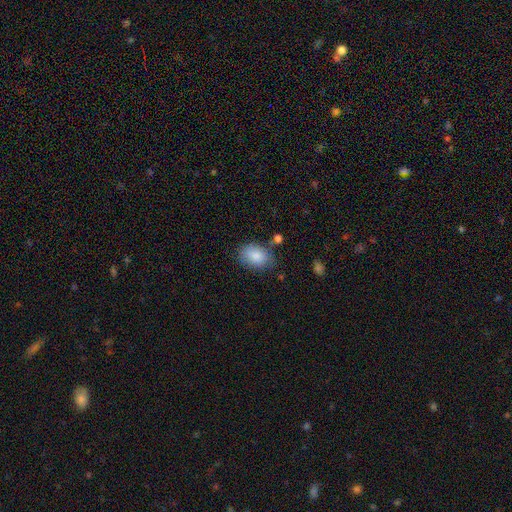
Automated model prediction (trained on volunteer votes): smooth_or_featured: smooth (p=0.85) [alt: featured or disk p=0.07]
how_rounded: in between (p=0.79) [alt: round p=0.20]
merging: none (p=0.74) [alt: minor disturbance p=0.18]